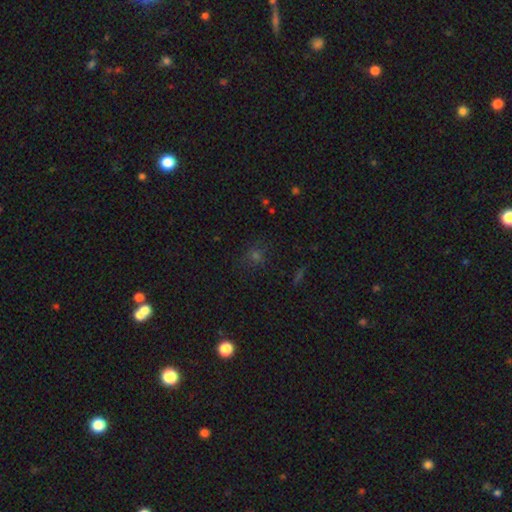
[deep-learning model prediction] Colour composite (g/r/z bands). It shows a smooth galaxy with no disk features (53%) that is round (84%). Merging: none (83%).